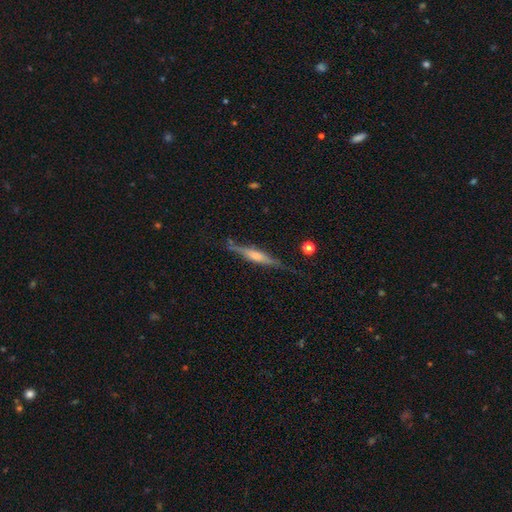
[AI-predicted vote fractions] featured or disk 59%, smooth 35%, star or artifact 7%. Down the decision tree: edge-on disk — yes (95%); edge-on bulge — rounded (57%); merging — none (76%).